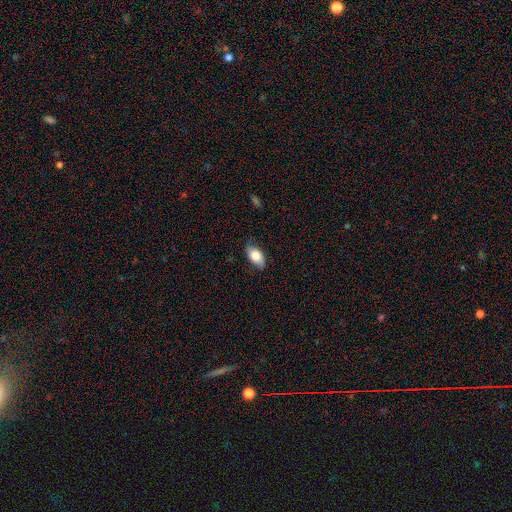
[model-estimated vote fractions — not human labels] The model was most divided on "smooth or featured": smooth: 76%, featured or disk: 17%, star or artifact: 7%. More confident: how rounded — in between (91%); merging — none (78%).